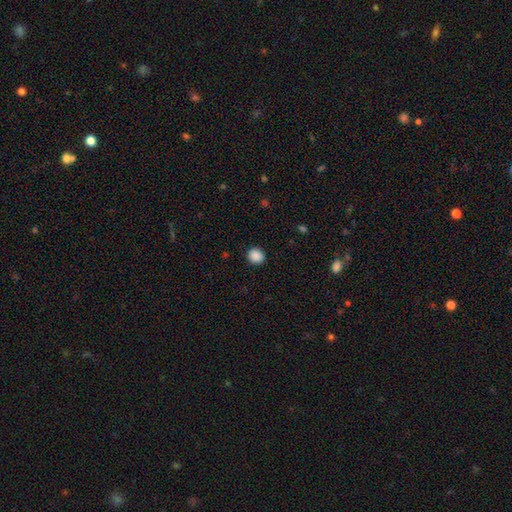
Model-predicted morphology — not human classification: Smooth or featured? smooth (89%)
How rounded? round (79%)
Merging? none (90%)